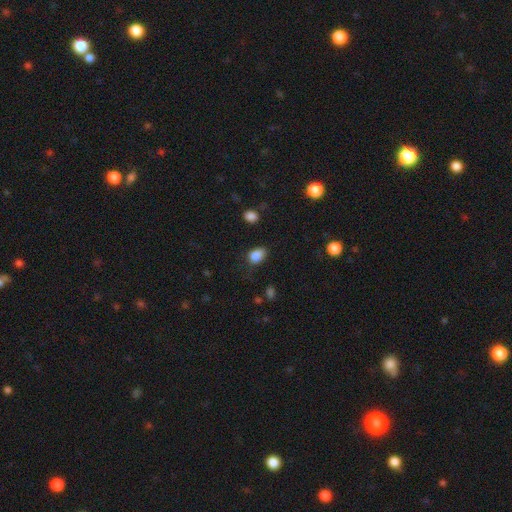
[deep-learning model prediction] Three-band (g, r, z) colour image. It shows a smooth galaxy with no disk features (85%) that is in between round and cigar-shaped (74%). Merging: none (62%).